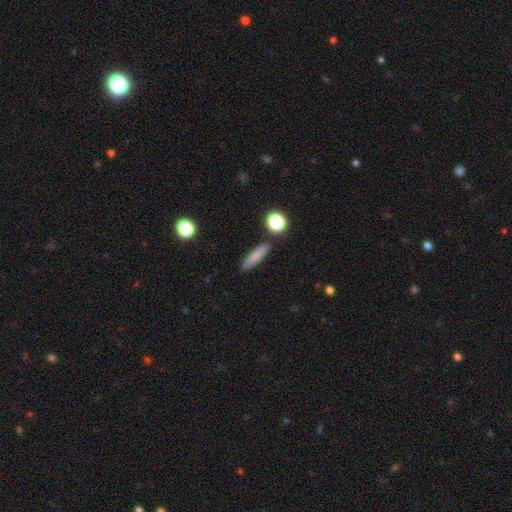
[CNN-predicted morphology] smooth_or_featured: smooth (p=0.78) [alt: featured or disk p=0.12]
how_rounded: cigar-shaped (p=0.77) [alt: in between p=0.19]
merging: none (p=0.86) [alt: minor disturbance p=0.09]